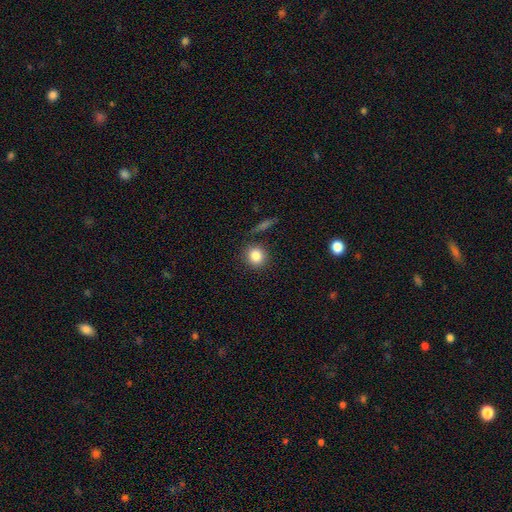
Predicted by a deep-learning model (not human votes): A smooth galaxy with no disk features (84%) that is round (87%).

Vote fractions:
- Smooth or featured? smooth: 84% / star or artifact: 9% / featured or disk: 7%
- How rounded? round: 87% / in between: 12% / cigar-shaped: 1%
- Merging? none: 86% / minor disturbance: 8% / merger: 4% / major disturbance: 3%